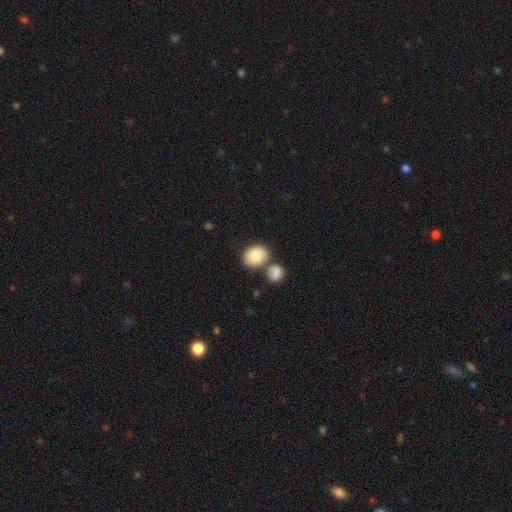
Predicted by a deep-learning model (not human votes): This is clearly a smooth galaxy (84%). How rounded: possibly round (50%). Merging: possibly none (48%).